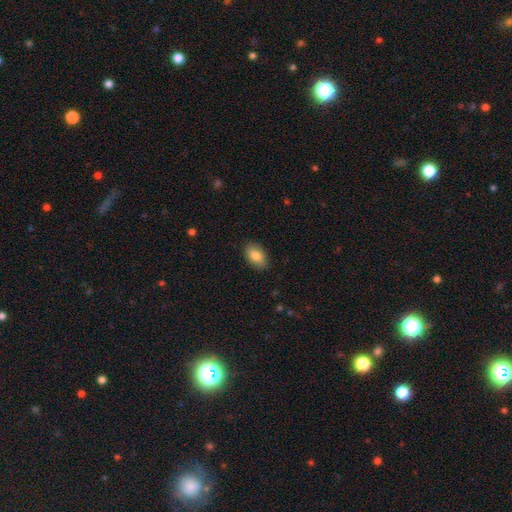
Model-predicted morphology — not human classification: Smooth or featured? smooth (82%)
How rounded? in between (90%)
Merging? none (88%)